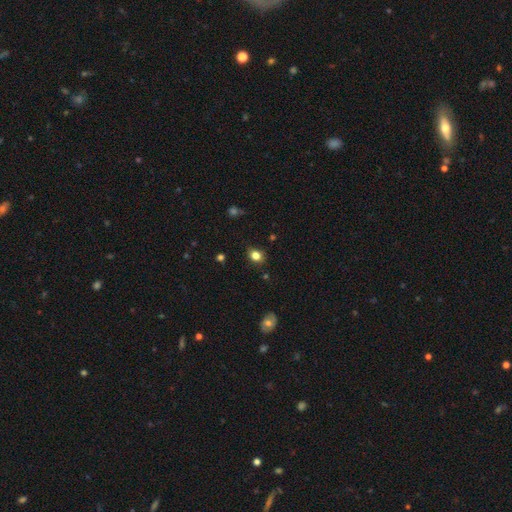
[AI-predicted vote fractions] A smooth galaxy with no disk features (81%) that is round (57%).

Vote fractions:
- Smooth or featured? smooth: 81% / star or artifact: 13% / featured or disk: 7%
- How rounded? round: 57% / in between: 41% / cigar-shaped: 1%
- Merging? none: 82% / minor disturbance: 14% / major disturbance: 3% / merger: 1%